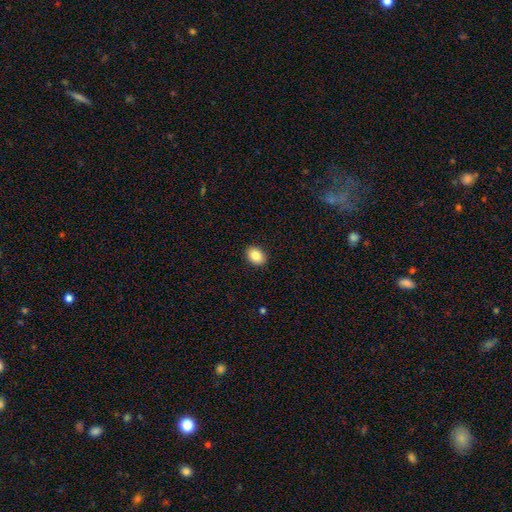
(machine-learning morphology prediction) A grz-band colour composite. It shows a smooth galaxy with no disk features (85%) that is in between round and cigar-shaped (73%). Merging: none (91%).